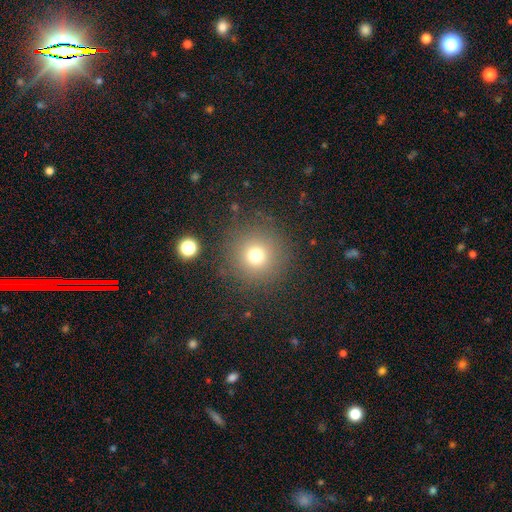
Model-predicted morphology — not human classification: Smooth or featured? Predicted: smooth (p=0.72). How rounded? Predicted: round (p=0.95). Merging? Predicted: none (p=0.86).